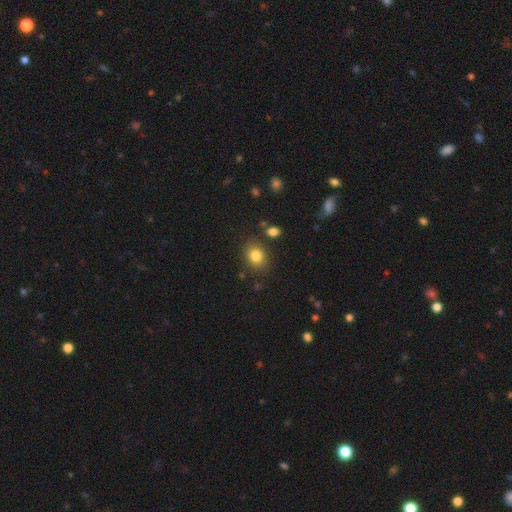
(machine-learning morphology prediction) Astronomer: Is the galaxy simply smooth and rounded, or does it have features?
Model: smooth — 82%.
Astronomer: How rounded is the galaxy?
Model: round — 51% (runner-up: in between, 48%).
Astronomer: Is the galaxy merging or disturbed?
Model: none — 82%.